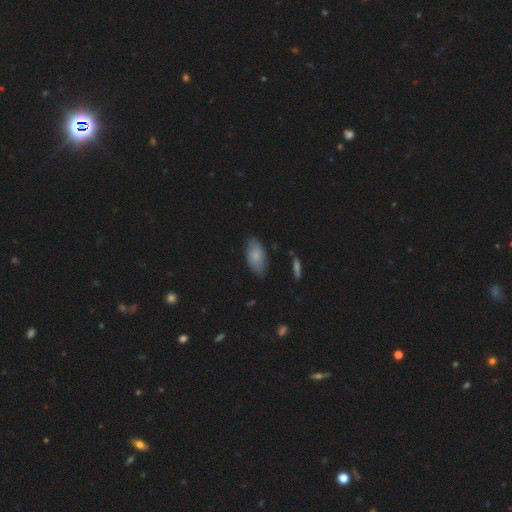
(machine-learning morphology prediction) type=smooth (77%); roundness=in between (92%); merging=none (75%).